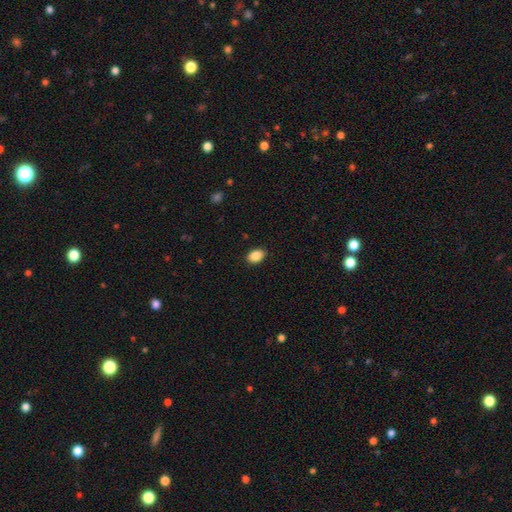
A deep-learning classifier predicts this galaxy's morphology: type=smooth (89%); roundness=in between (84%); merging=none (89%).